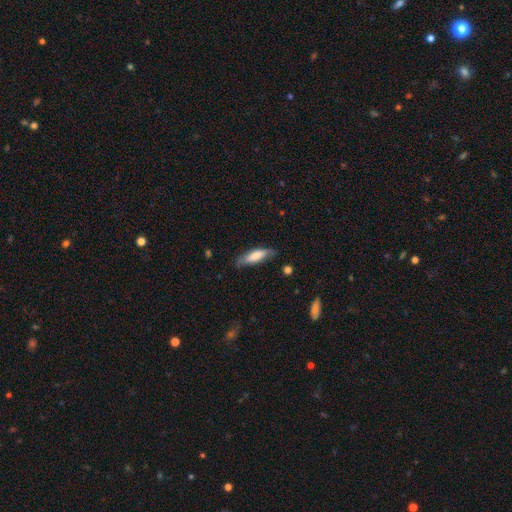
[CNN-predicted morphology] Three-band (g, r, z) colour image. It shows a smooth galaxy with no disk features (70%) that is cigar-shaped (61%). Merging: none (75%).